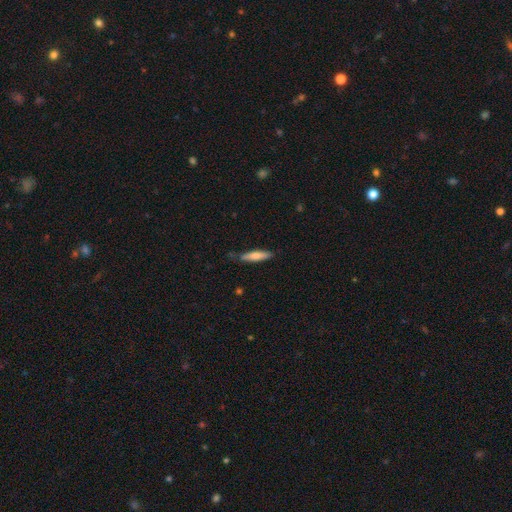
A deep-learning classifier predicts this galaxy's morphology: Smooth or featured: smooth — 71% (featured or disk — 24%)
How rounded: cigar-shaped — 81% (in between — 18%)
Merging: none — 76% (minor disturbance — 19%)